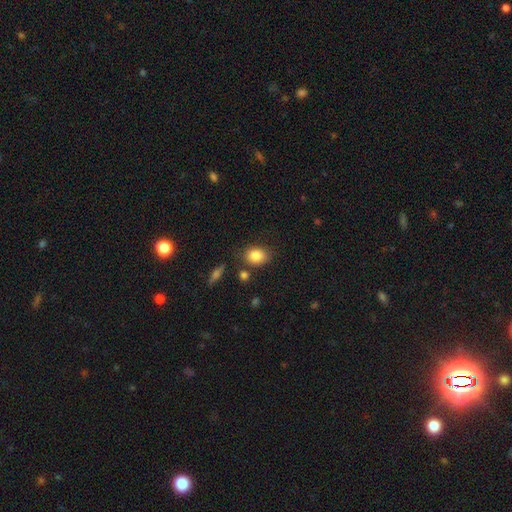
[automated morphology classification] Smooth or featured?
  - smooth: 84% *
  - star or artifact: 9%
  - featured or disk: 8%
How rounded?
  - in between: 59% *
  - round: 40%
  - cigar-shaped: 1%
Merging?
  - none: 75% *
  - minor disturbance: 14%
  - merger: 7%
  - major disturbance: 4%